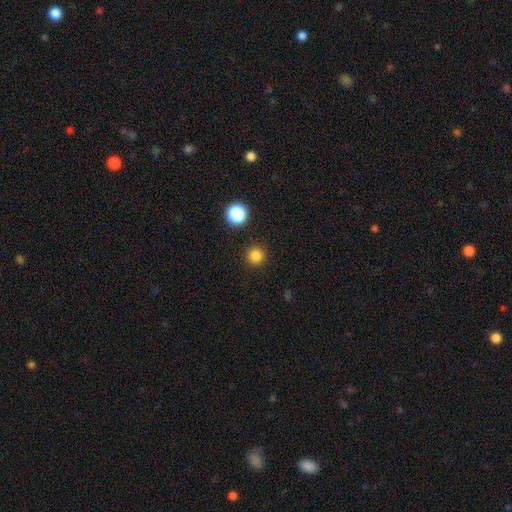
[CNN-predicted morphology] A smooth galaxy with no disk features (83%) that is round (96%). Merging: none (92%).